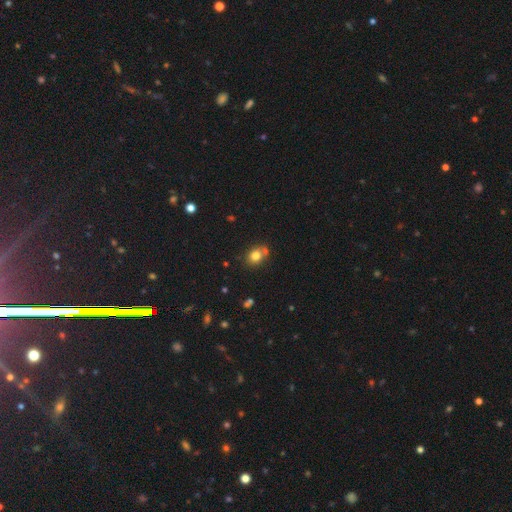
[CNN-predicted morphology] Overall: smooth (79%). How rounded: round (60%; in between 39%). Merging: none (61%).